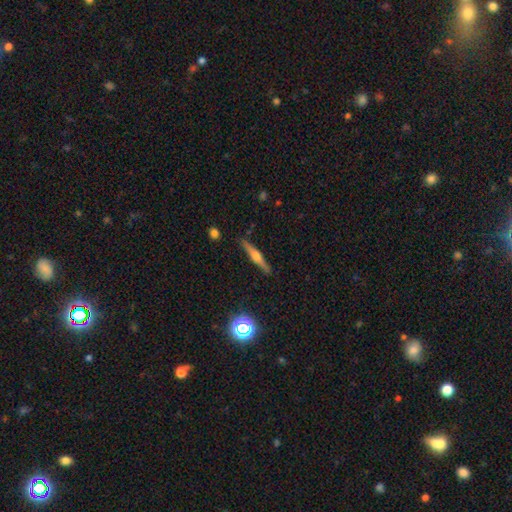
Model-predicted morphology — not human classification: The model was most divided on "smooth or featured": featured or disk: 66%, smooth: 26%, star or artifact: 8%. More confident: edge-on disk — yes (97%); merging — none (89%); edge-on bulge — rounded (83%).